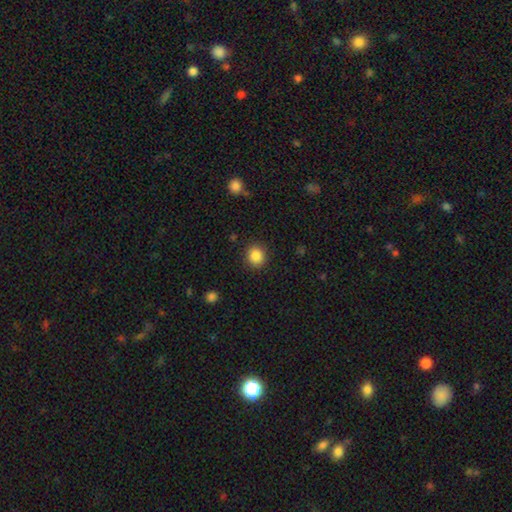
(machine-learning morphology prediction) This appears to be a smooth galaxy with no disk features (86%) that is round (87%). Merging: none (90%).